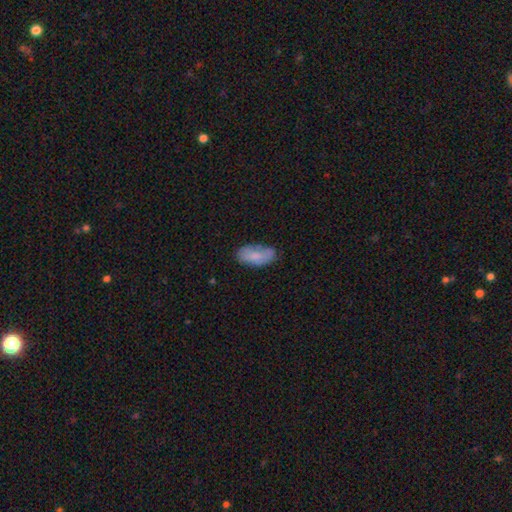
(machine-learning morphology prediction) smooth 73%, featured or disk 20%, star or artifact 7%. Down the decision tree: how rounded — in between (92%); merging — none (63%).